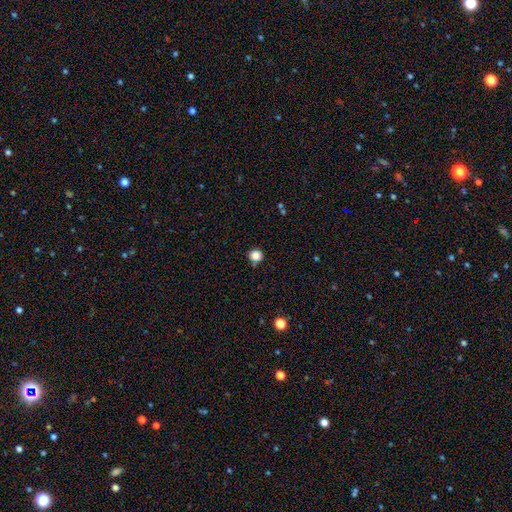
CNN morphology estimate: Smooth or featured: smooth — 84% (star or artifact — 12%)
How rounded: round — 92% (in between — 7%)
Merging: none — 84% (minor disturbance — 9%)